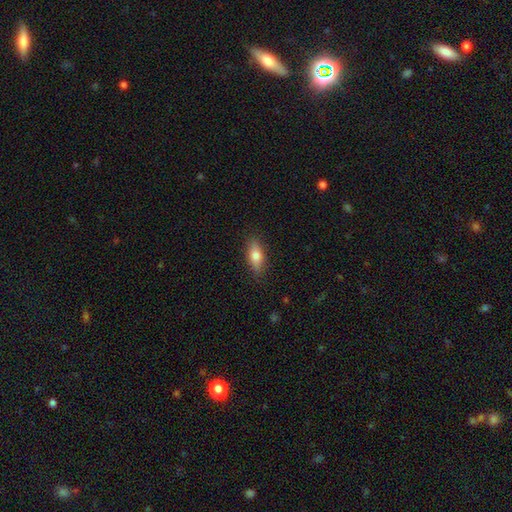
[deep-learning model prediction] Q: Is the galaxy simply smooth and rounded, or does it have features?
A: smooth — 71%.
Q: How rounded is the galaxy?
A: in between — 70%.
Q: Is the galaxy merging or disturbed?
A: none — 86%.